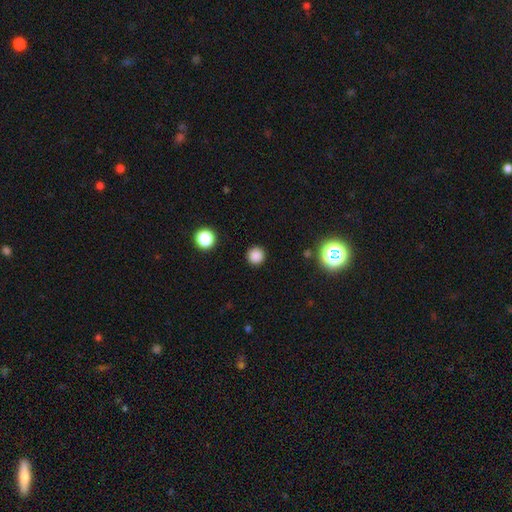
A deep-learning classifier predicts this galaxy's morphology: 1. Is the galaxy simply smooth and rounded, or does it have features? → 84% smooth, 13% star or artifact, 3% featured or disk.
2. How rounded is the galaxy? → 95% round, 4% in between, 1% cigar-shaped.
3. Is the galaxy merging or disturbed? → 92% none, 5% minor disturbance, 2% major disturbance, 1% merger.